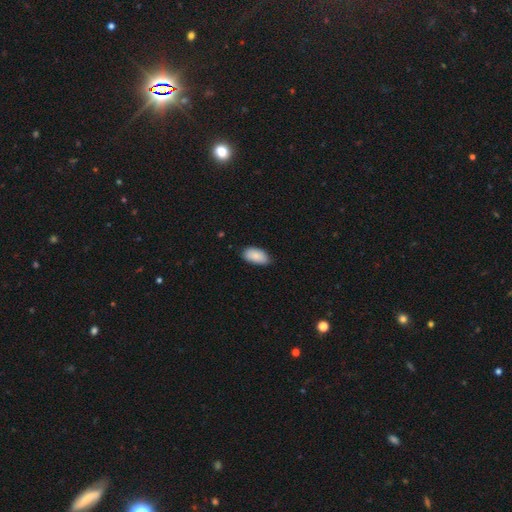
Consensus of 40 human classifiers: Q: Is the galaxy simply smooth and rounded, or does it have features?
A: smooth — 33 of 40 (82%).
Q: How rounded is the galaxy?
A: in between — 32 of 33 (97%).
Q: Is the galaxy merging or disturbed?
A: none — 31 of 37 (84%).